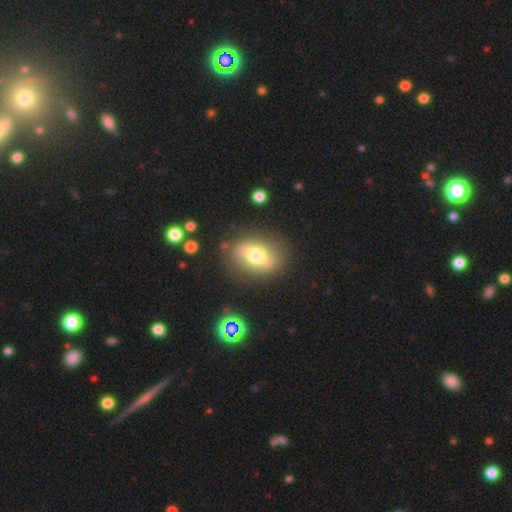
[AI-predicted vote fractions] Smooth or featured: smooth — 57% (featured or disk — 33%)
How rounded: in between — 66% (round — 32%)
Merging: none — 78% (minor disturbance — 14%)